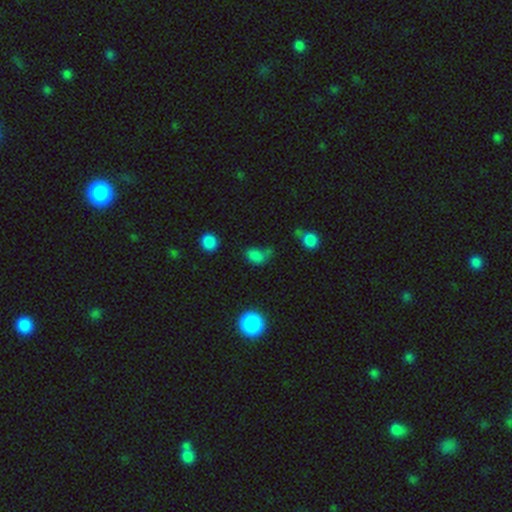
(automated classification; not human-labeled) Morphology: type=smooth (75%); roundness=in between (72%); merging=none (44%).